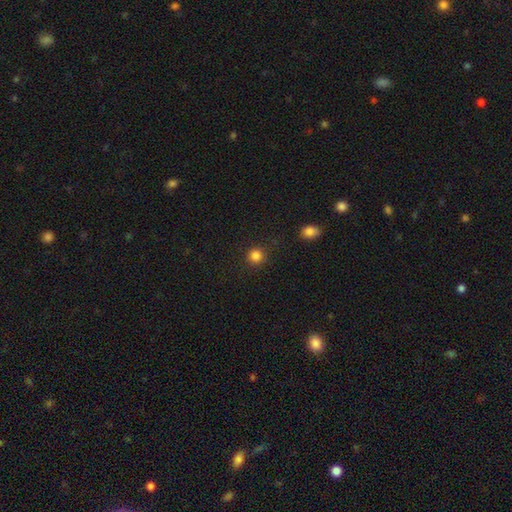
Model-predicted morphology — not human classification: A smooth galaxy with no disk features (84%) that is round (93%).

Vote fractions:
- Smooth or featured? smooth: 84% / star or artifact: 12% / featured or disk: 4%
- How rounded? round: 93% / in between: 6% / cigar-shaped: 1%
- Merging? none: 90% / minor disturbance: 6% / major disturbance: 2% / merger: 2%